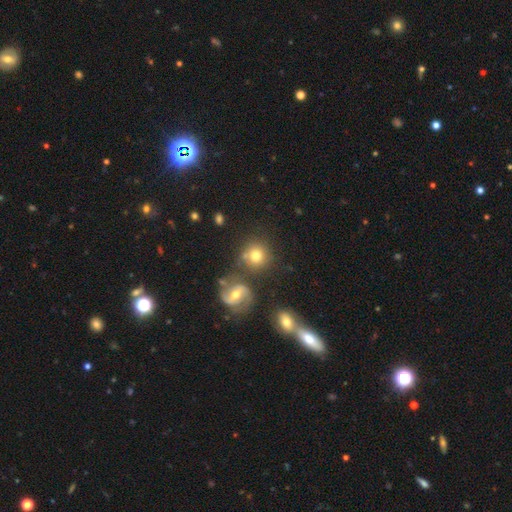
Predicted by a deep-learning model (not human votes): This is likely a smooth galaxy (70%). How rounded: clearly round (89%). Merging: likely none (65%).